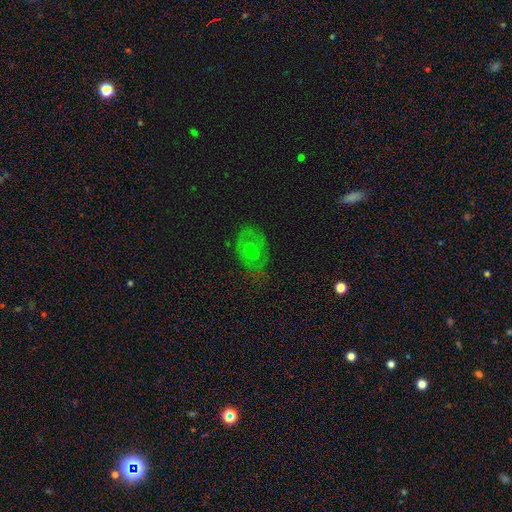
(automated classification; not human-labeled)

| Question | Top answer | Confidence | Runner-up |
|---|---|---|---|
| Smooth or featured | featured or disk | 51% | smooth (31%) |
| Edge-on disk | no | 92% | yes (8%) |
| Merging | none | 63% | minor disturbance (23%) |